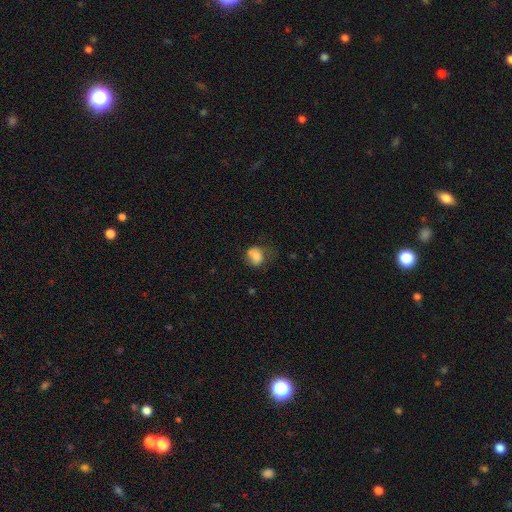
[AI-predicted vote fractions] Smooth or featured: smooth — 72% (featured or disk — 18%)
How rounded: round — 54% (in between — 45%)
Merging: none — 43% (minor disturbance — 30%)